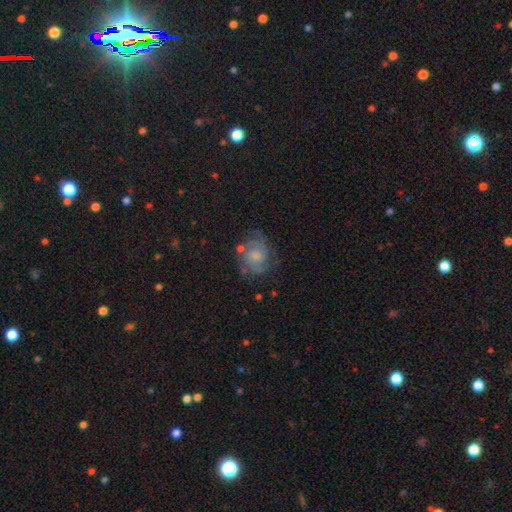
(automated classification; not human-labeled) This is likely a featured or disk galaxy (65%). It is clearly not viewed edge-on (97%). Bar: likely no (74%). Spiral arm pattern: clearly yes (85%). Spiral arm count: marginally 2 (41%). Spiral winding: possibly tight (48%). Central bulge: marginally moderate (43%). Merging: likely none (63%).